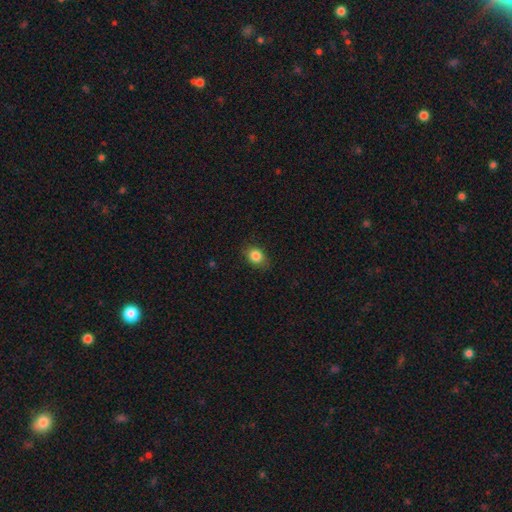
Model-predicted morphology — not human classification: Smooth or featured? smooth (85%)
How rounded? in between (53%)
Merging? none (82%)